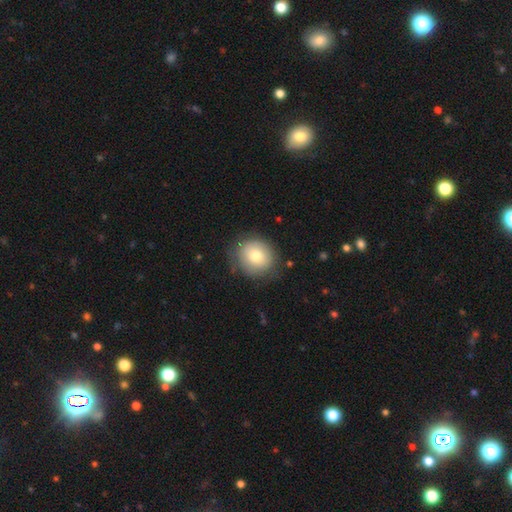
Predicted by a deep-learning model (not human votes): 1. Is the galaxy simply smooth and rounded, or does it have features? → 75% smooth, 16% featured or disk, 9% star or artifact.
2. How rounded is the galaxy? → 82% round, 17% in between, 1% cigar-shaped.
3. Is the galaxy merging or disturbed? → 78% none, 16% minor disturbance, 5% major disturbance, 2% merger.